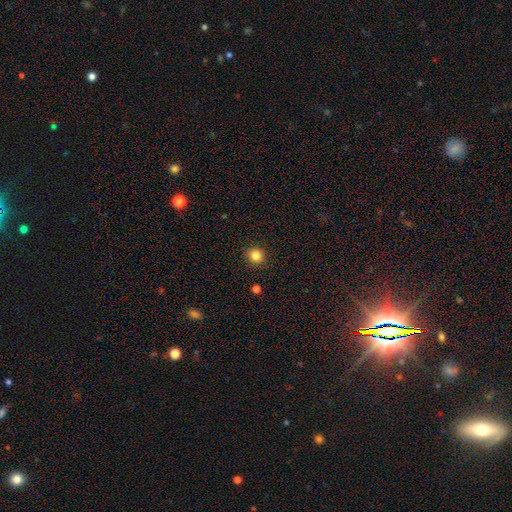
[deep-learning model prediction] This appears to be a smooth galaxy with no disk features (85%) that is round (92%). Merging: none (92%).